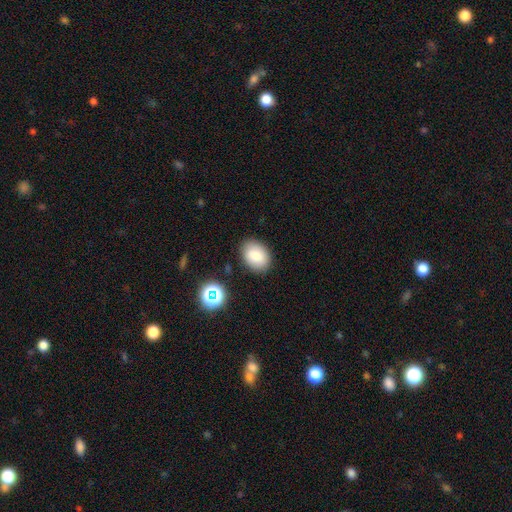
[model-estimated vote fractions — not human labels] A smooth galaxy with no disk features (83%) that is in between round and cigar-shaped (77%). Merging: none (85%).